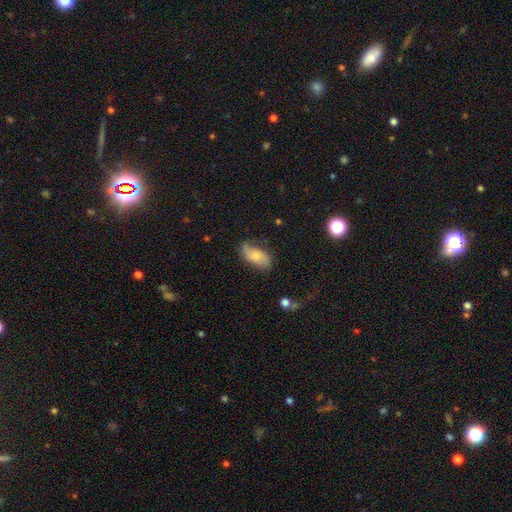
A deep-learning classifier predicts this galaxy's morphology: A smooth galaxy with no disk features (50%) that is in between round and cigar-shaped (91%).

Vote fractions:
- Smooth or featured? smooth: 50% / featured or disk: 42% / star or artifact: 7%
- How rounded? in between: 91% / cigar-shaped: 5% / round: 4%
- Merging? none: 62% / minor disturbance: 26% / major disturbance: 9% / merger: 2%